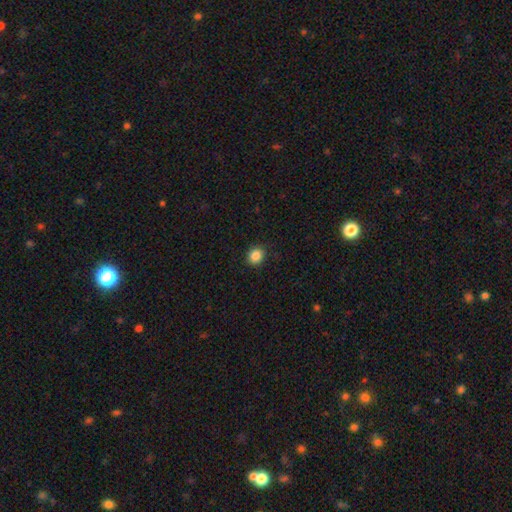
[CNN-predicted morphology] Smooth or featured? smooth (86%)
How rounded? round (77%)
Merging? none (91%)